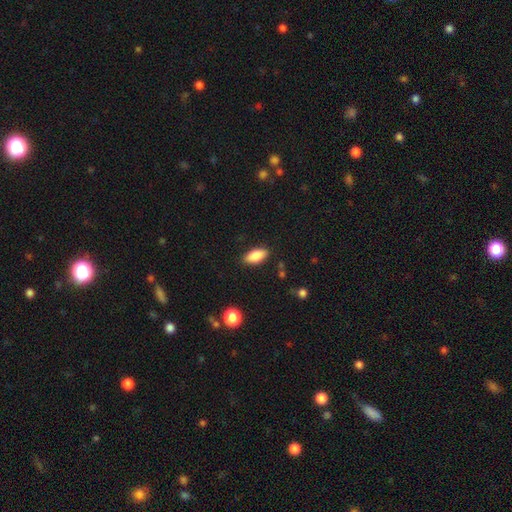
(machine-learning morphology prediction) Smooth or featured?
  - smooth: 84% *
  - featured or disk: 9%
  - star or artifact: 7%
How rounded?
  - in between: 86% *
  - cigar-shaped: 12%
  - round: 3%
Merging?
  - none: 86% *
  - minor disturbance: 10%
  - major disturbance: 2%
  - merger: 1%